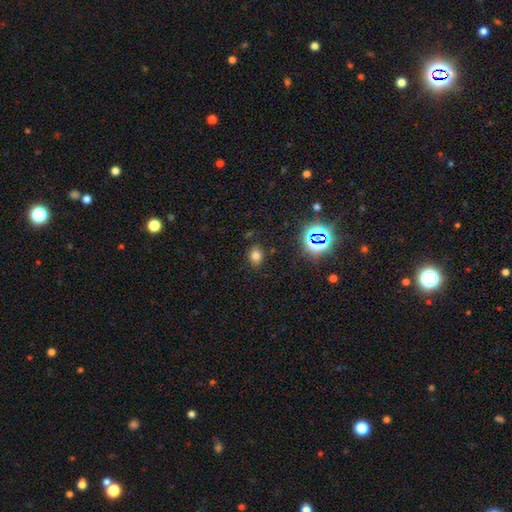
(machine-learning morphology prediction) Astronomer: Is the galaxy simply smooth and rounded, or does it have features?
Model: smooth — 72%.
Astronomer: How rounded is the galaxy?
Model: in between — 53% (runner-up: round, 46%).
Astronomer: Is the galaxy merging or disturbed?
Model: none — 82%.